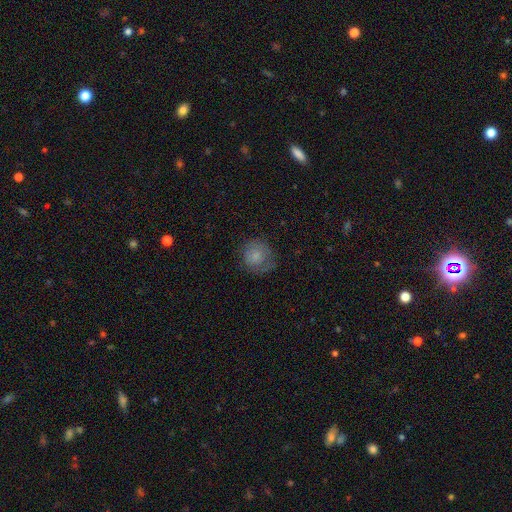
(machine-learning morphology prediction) A smooth galaxy with no disk features (75%) that is round (87%). Merging: none (66%).